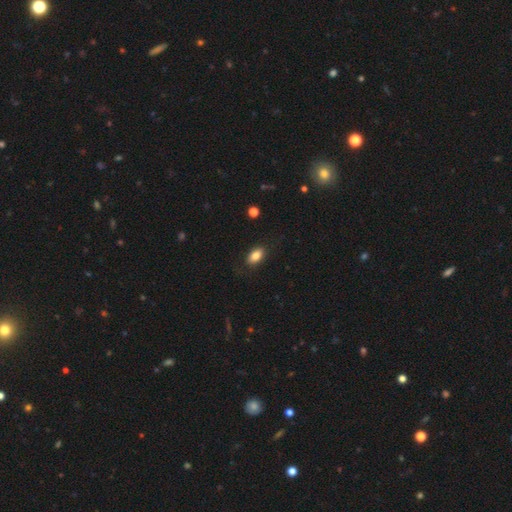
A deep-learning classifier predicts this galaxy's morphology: type=smooth (84%); roundness=in between (90%); merging=none (84%).